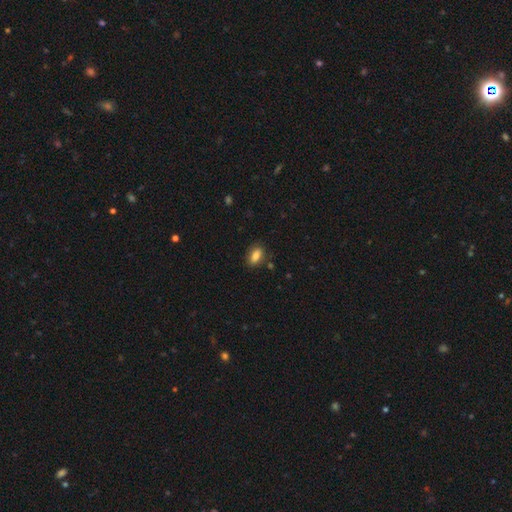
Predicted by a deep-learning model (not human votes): smooth-or-featured: smooth: 85% | star or artifact: 8% | featured or disk: 7%
  how-rounded: in between: 87% | round: 7% | cigar-shaped: 6%
  merging: none: 83% | minor disturbance: 12% | major disturbance: 3% | merger: 2%